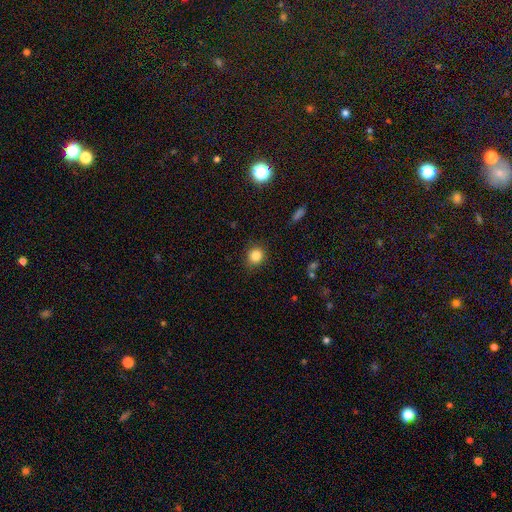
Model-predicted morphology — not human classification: Overall: smooth (84%). How rounded: round (87%). Merging: none (87%).